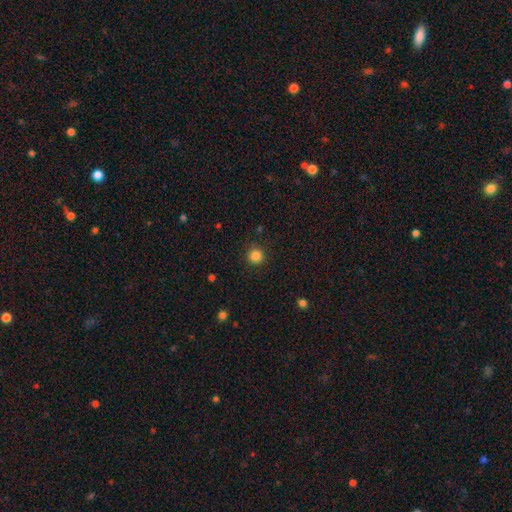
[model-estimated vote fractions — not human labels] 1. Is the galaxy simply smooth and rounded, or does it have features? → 85% smooth, 12% star or artifact, 4% featured or disk.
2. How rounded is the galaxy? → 94% round, 5% in between, 1% cigar-shaped.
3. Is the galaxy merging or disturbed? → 90% none, 7% minor disturbance, 2% major disturbance, 1% merger.